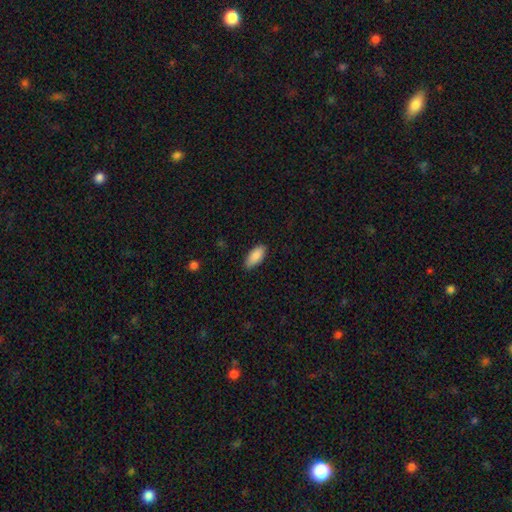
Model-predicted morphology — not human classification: Q: Smooth or featured?
A: smooth (88%); runner-up: star or artifact (6%)
Q: How rounded?
A: in between (87%); runner-up: cigar-shaped (12%)
Q: Merging?
A: none (82%); runner-up: minor disturbance (14%)